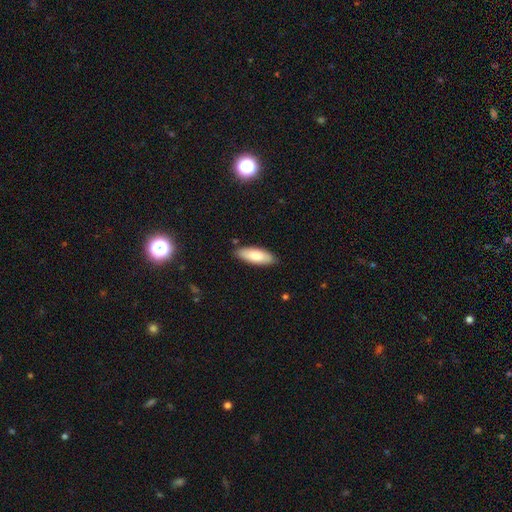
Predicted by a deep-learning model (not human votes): This appears to be a smooth galaxy with no disk features (83%) that is in between round and cigar-shaped (69%). Merging: none (86%).